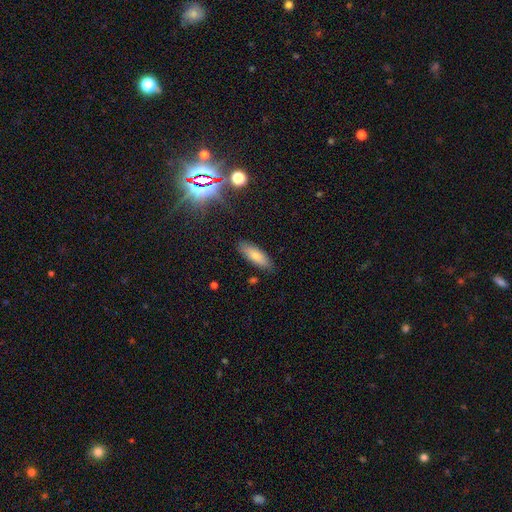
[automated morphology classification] smooth-or-featured: smooth: 76% | featured or disk: 16% | star or artifact: 8%
  how-rounded: in between: 61% | cigar-shaped: 37% | round: 2%
  merging: none: 85% | minor disturbance: 11% | major disturbance: 2% | merger: 2%